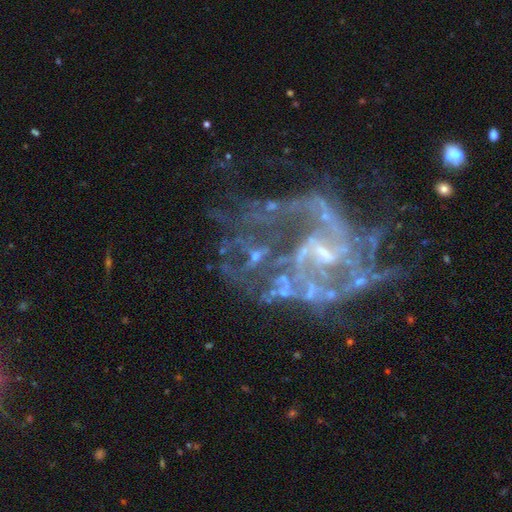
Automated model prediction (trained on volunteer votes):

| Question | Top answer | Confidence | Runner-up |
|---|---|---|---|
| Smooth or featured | featured or disk | 79% | star or artifact (14%) |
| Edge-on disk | no | 97% | yes (3%) |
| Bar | weak | 40% | no (33%) |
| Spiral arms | yes | 79% | no (21%) |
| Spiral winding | medium | 40% | loose (37%) |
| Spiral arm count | can't tell | 30% | tied: 2 (30%) |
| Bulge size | small | 50% | none (25%) |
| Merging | none | 36% | major disturbance (35%) |